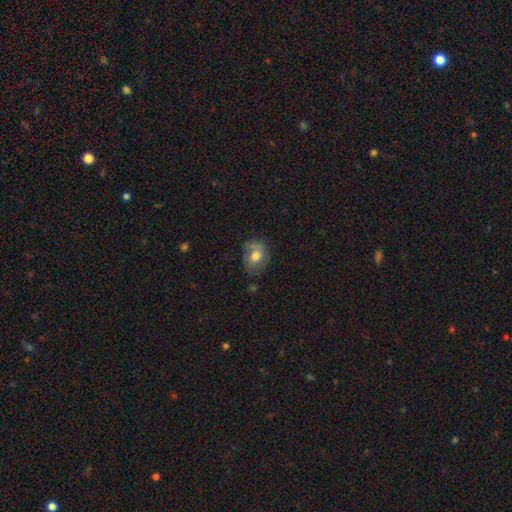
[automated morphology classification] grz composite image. It shows a smooth galaxy with no disk features (69%) that is in between round and cigar-shaped (62%). Merging: none (60%).